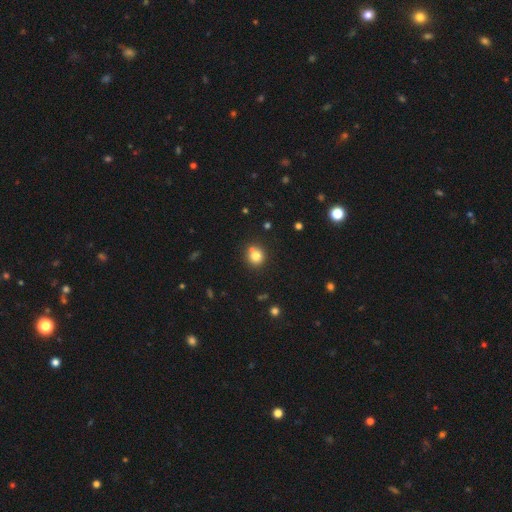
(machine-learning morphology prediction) A smooth galaxy with no disk features (80%) that is round (87%).

Vote fractions:
- Smooth or featured? smooth: 80% / star or artifact: 12% / featured or disk: 8%
- How rounded? round: 87% / in between: 12% / cigar-shaped: 1%
- Merging? none: 69% / merger: 16% / minor disturbance: 12% / major disturbance: 3%